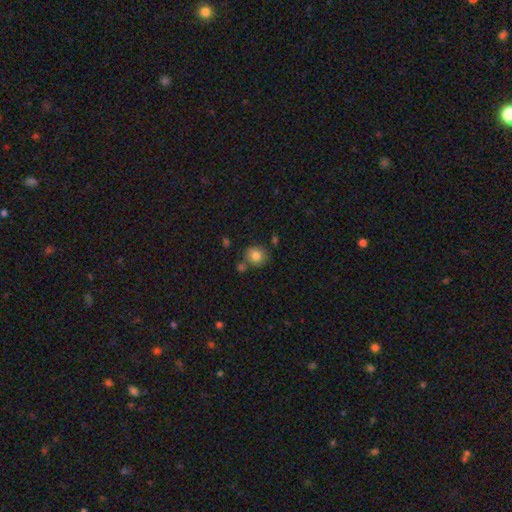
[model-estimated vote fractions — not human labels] smooth_or_featured: smooth (p=0.81) [alt: star or artifact p=0.10]
how_rounded: round (p=0.82) [alt: in between p=0.18]
merging: none (p=0.72) [alt: minor disturbance p=0.13]